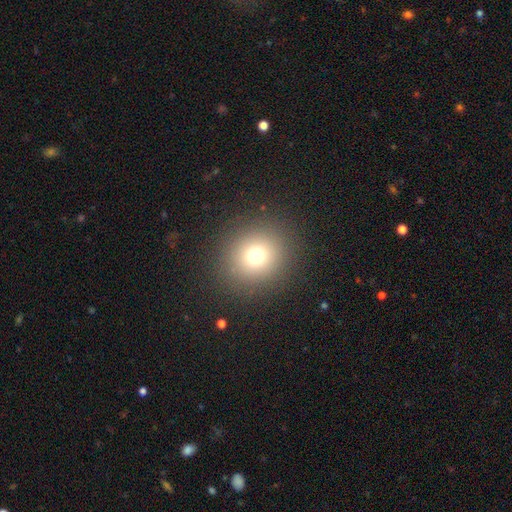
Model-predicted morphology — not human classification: Smooth or featured?
  - smooth: 73% *
  - star or artifact: 17%
  - featured or disk: 10%
How rounded?
  - round: 88% *
  - in between: 11%
  - cigar-shaped: 1%
Merging?
  - none: 89% *
  - minor disturbance: 6%
  - major disturbance: 4%
  - merger: 1%